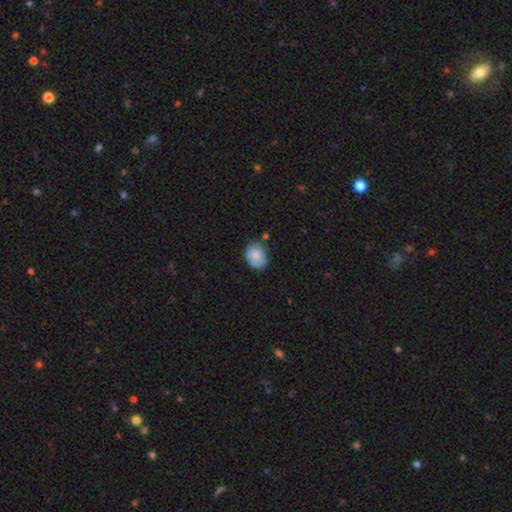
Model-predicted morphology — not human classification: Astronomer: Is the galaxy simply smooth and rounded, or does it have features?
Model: smooth — 84%.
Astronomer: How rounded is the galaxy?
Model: in between — 59% (runner-up: round, 40%).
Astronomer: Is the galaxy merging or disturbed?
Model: none — 70%.